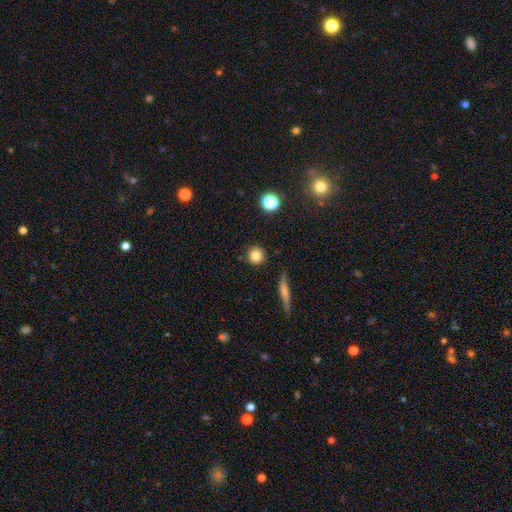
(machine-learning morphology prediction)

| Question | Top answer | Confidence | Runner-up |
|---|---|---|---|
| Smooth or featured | smooth | 83% | star or artifact (10%) |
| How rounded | round | 92% | in between (7%) |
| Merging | none | 88% | minor disturbance (7%) |